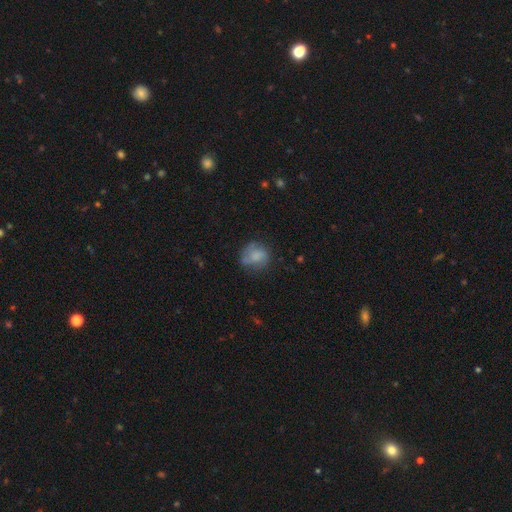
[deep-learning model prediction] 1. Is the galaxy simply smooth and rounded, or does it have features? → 65% smooth, 25% featured or disk, 10% star or artifact.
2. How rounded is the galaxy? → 73% round, 26% in between, 1% cigar-shaped.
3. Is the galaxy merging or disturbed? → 58% none, 25% minor disturbance, 14% major disturbance, 3% merger.